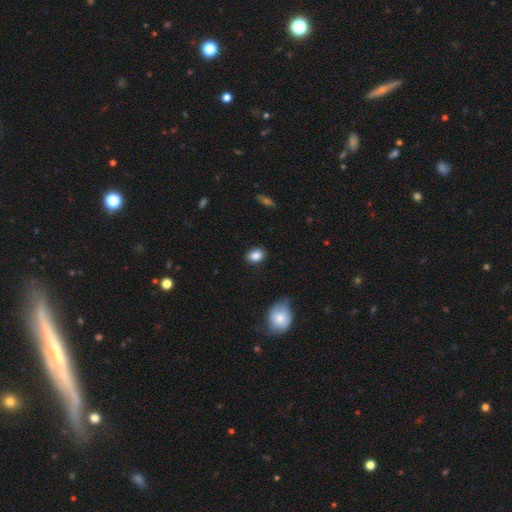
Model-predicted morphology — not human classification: The model was most divided on "how rounded": in between: 68%, round: 30%, cigar-shaped: 1%. More confident: smooth or featured — smooth (86%); merging — none (86%).